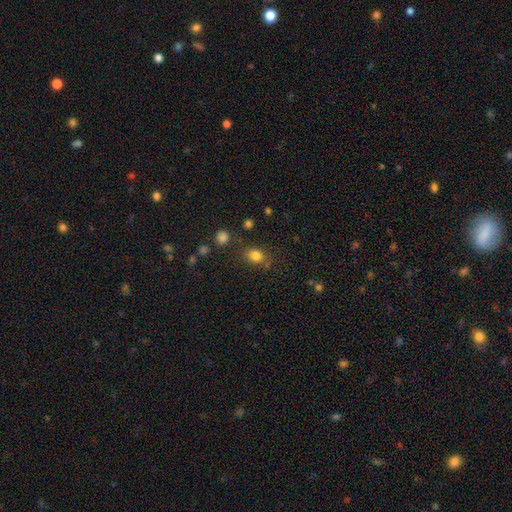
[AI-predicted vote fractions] Morphology: type=smooth (81%); roundness=round (51%); merging=none (72%).